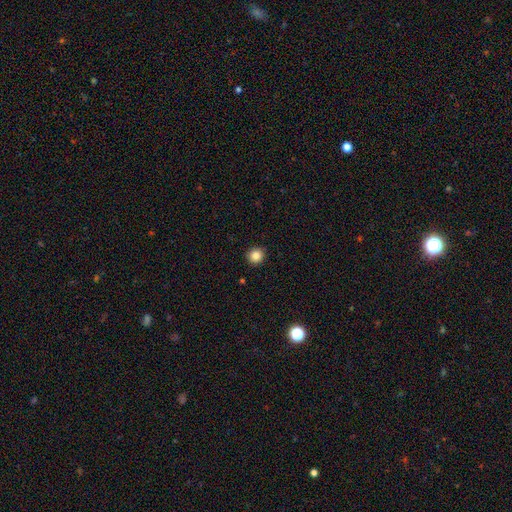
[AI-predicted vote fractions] A smooth galaxy with no disk features (84%) that is round (93%). Merging: none (92%).